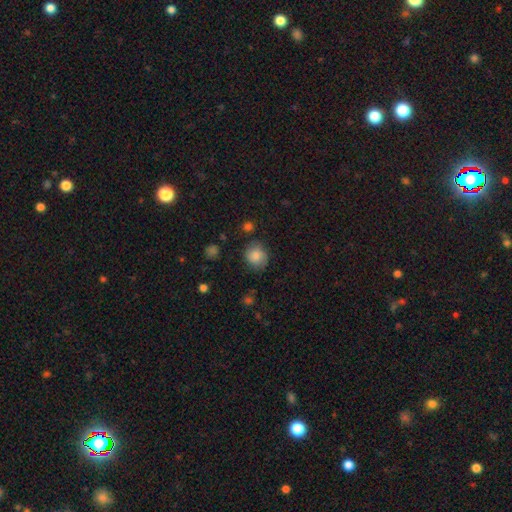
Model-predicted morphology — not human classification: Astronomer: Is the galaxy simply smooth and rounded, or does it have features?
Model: smooth — 82%.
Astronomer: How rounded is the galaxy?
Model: round — 86%.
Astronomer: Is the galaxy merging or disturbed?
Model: none — 79%.